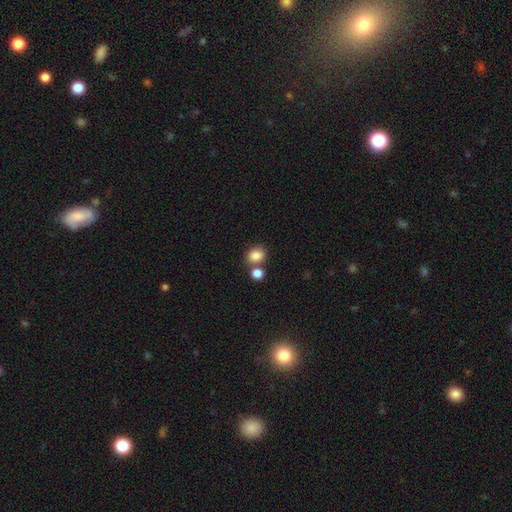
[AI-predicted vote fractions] A smooth galaxy with no disk features (85%) that is round (57%). Merging: none (57%).